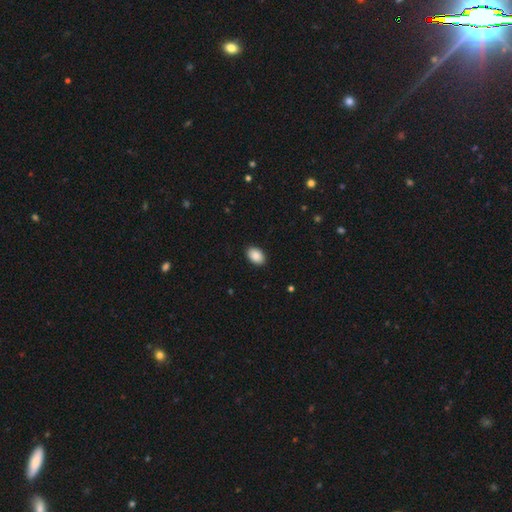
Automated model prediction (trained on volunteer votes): A smooth galaxy with no disk features (90%) that is in between round and cigar-shaped (87%).

Vote fractions:
- Smooth or featured? smooth: 90% / star or artifact: 7% / featured or disk: 3%
- How rounded? in between: 87% / round: 12% / cigar-shaped: 1%
- Merging? none: 90% / minor disturbance: 7% / major disturbance: 2% / merger: 1%